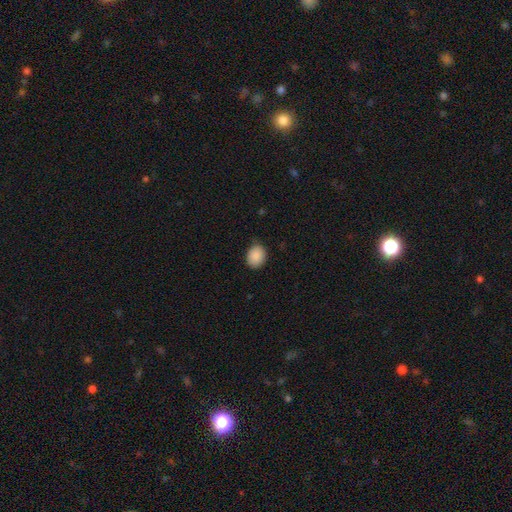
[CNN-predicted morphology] smooth_or_featured: smooth (p=0.89) [alt: star or artifact p=0.08]
how_rounded: in between (p=0.51) [alt: round p=0.48]
merging: none (p=0.81) [alt: minor disturbance p=0.15]